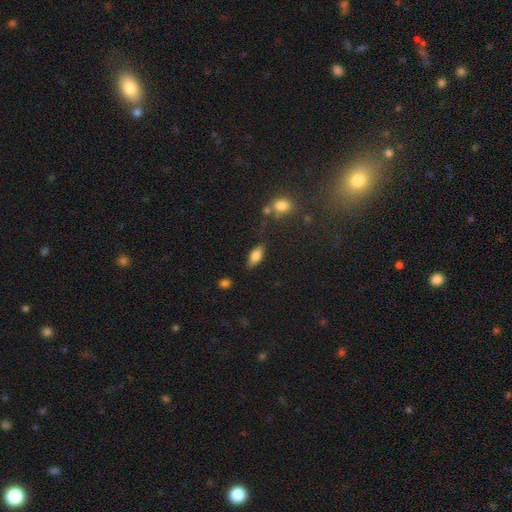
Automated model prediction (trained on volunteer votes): smooth-or-featured: smooth: 73% | featured or disk: 19% | star or artifact: 8%
  how-rounded: in between: 79% | cigar-shaped: 18% | round: 3%
  merging: none: 77% | minor disturbance: 15% | major disturbance: 4% | merger: 3%